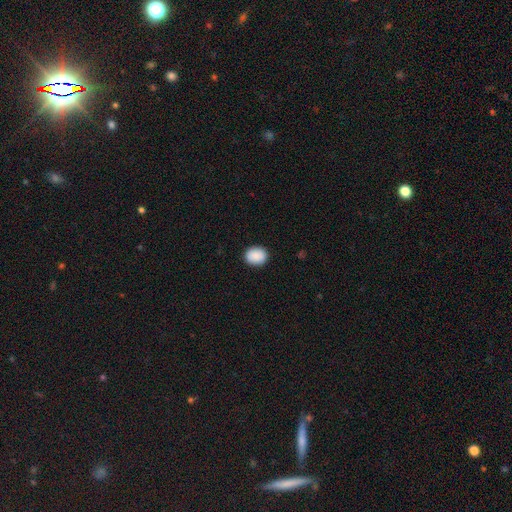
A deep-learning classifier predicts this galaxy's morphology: smooth_or_featured: smooth (p=0.89) [alt: star or artifact p=0.07]
how_rounded: round (p=0.63) [alt: in between p=0.36]
merging: none (p=0.89) [alt: minor disturbance p=0.08]